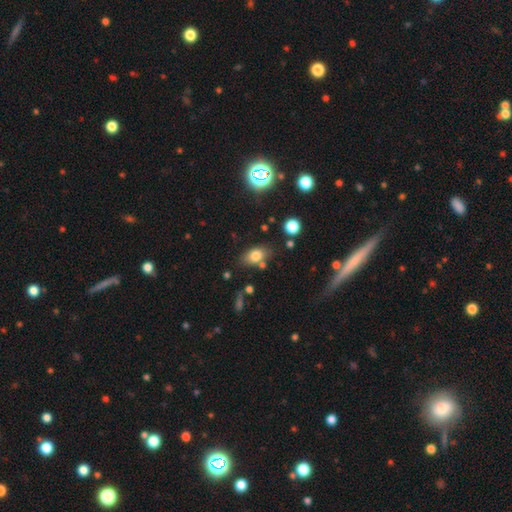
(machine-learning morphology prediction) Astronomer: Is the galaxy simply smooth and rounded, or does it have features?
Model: smooth — 77%.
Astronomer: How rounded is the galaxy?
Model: in between — 82%.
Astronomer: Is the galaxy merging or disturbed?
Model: none — 72%.